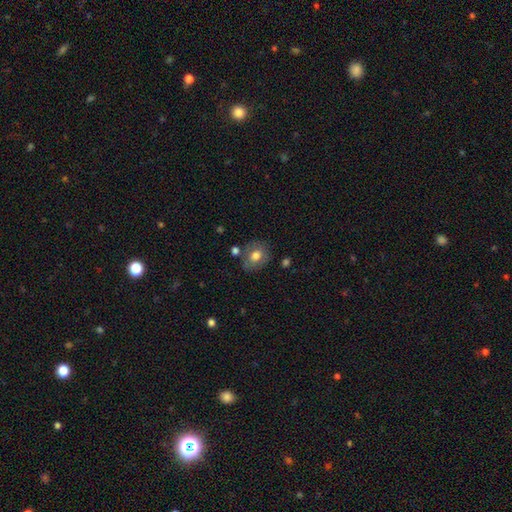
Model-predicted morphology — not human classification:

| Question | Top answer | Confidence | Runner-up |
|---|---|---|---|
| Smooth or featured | smooth | 69% | featured or disk (22%) |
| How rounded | round | 55% | in between (44%) |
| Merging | none | 72% | minor disturbance (16%) |